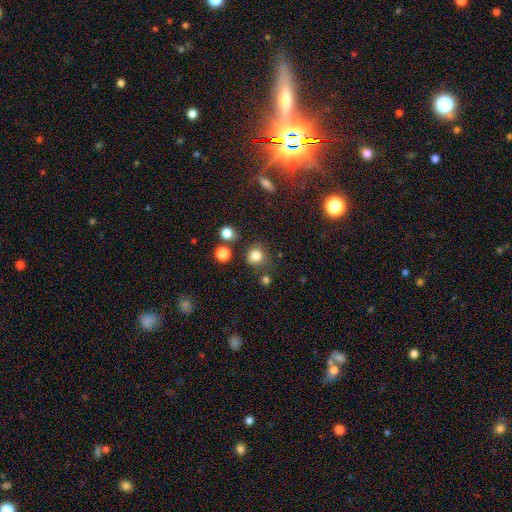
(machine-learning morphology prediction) The model was most divided on "merging": none: 77%, minor disturbance: 12%, merger: 6%, major disturbance: 5%. More confident: how rounded — round (89%); smooth or featured — smooth (81%).